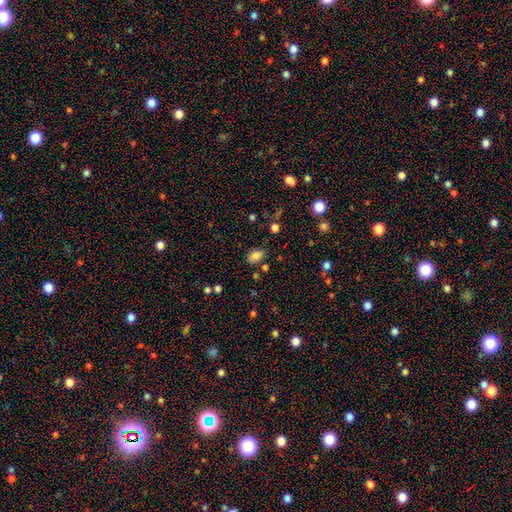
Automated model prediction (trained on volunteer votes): Smooth or featured?
  - smooth: 83% *
  - star or artifact: 10%
  - featured or disk: 7%
How rounded?
  - in between: 89% *
  - round: 10%
  - cigar-shaped: 2%
Merging?
  - none: 79% *
  - minor disturbance: 13%
  - merger: 5%
  - major disturbance: 3%